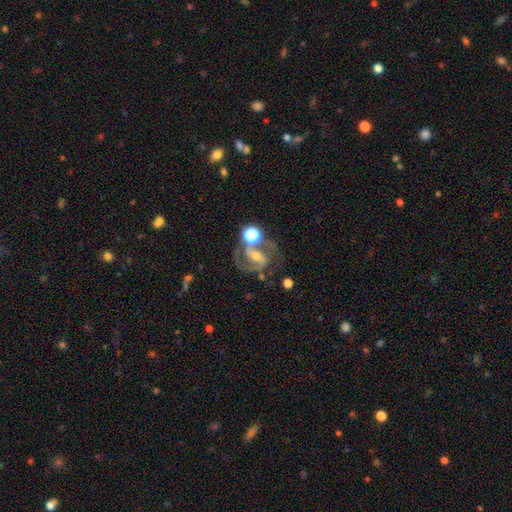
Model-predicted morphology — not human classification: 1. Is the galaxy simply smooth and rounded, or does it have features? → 84% featured or disk, 9% star or artifact, 8% smooth.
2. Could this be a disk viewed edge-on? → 97% no, 3% yes.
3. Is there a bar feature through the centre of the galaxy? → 40% weak, 39% strong, 21% no.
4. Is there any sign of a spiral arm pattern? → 95% yes, 5% no.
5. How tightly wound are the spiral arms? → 59% medium, 24% tight, 17% loose.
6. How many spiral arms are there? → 88% 2, 4% 1, 4% can't tell, 2% 3, 1% 4, 1% more than 4.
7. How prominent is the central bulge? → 48% moderate, 44% small, 4% large, 3% none, 1% dominant.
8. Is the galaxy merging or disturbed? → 57% none, 16% minor disturbance, 15% merger, 12% major disturbance.